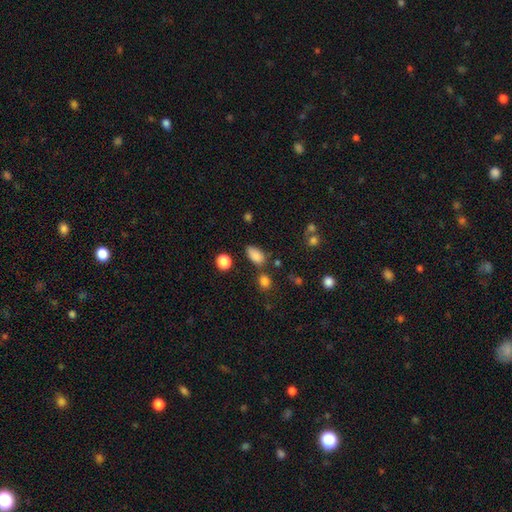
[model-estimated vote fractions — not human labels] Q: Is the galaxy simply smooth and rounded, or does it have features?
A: smooth — 84%.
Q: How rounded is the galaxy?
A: in between — 90%.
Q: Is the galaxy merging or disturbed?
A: none — 69%.